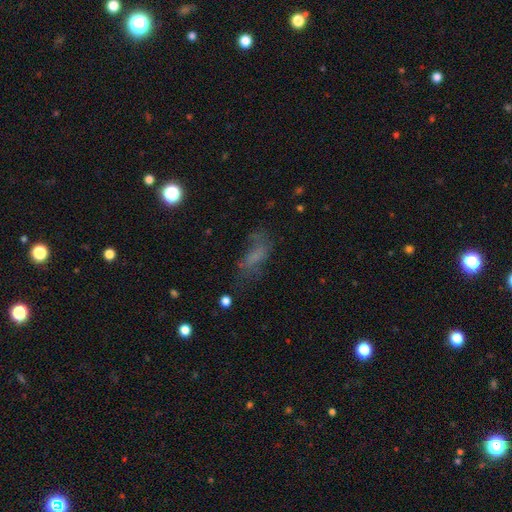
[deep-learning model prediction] A smooth galaxy with no disk features (51%) that is in between round and cigar-shaped (74%).

Vote fractions:
- Smooth or featured? smooth: 51% / featured or disk: 30% / star or artifact: 19%
- How rounded? in between: 74% / cigar-shaped: 21% / round: 6%
- Merging? none: 45% / major disturbance: 28% / minor disturbance: 23% / merger: 4%